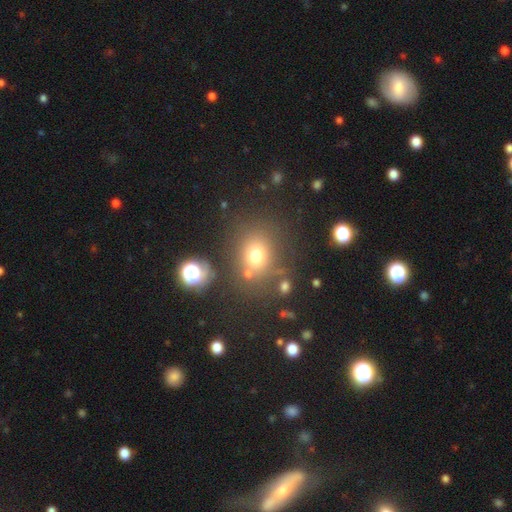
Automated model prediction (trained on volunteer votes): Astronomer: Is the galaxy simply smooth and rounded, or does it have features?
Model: smooth — 70%.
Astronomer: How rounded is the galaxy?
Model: round — 70%.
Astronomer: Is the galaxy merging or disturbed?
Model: none — 70%.